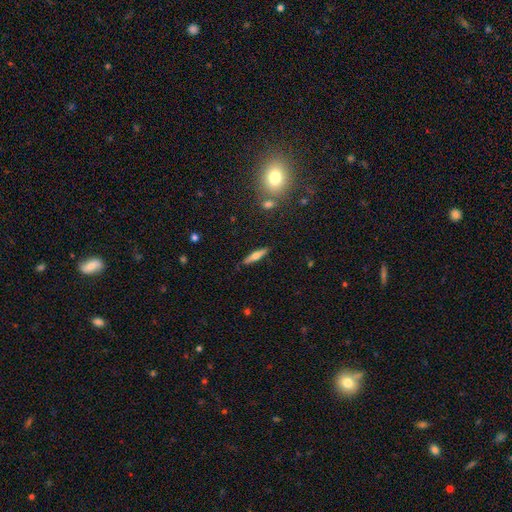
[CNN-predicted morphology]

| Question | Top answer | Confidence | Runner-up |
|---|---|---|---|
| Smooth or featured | smooth | 47% | featured or disk (45%) |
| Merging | none | 88% | minor disturbance (8%) |